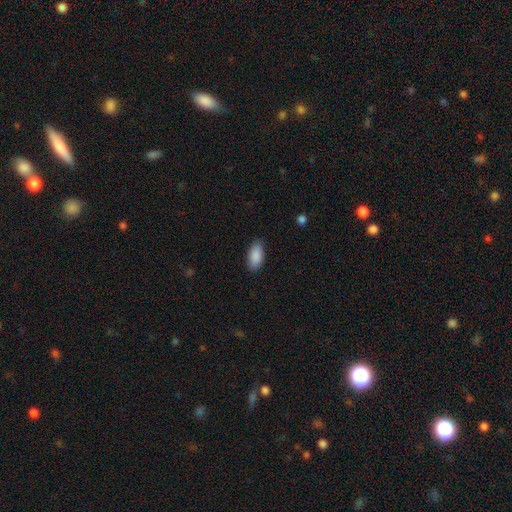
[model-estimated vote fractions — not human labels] Smooth or featured? Predicted: smooth (p=0.90). How rounded? Predicted: in between (p=0.92). Merging? Predicted: none (p=0.86).